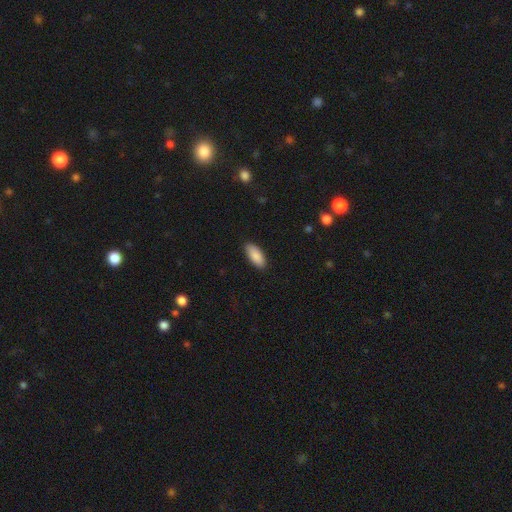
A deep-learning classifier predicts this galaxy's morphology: This is clearly a smooth galaxy (90%). How rounded: clearly in between (88%). Merging: clearly none (88%).